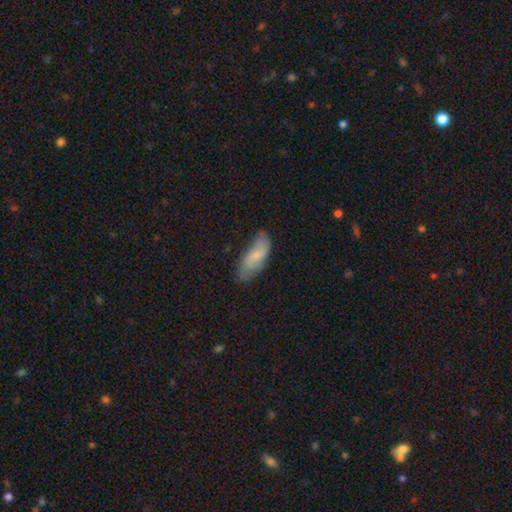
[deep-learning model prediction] Smooth or featured?
  - smooth: 59% *
  - featured or disk: 34%
  - star or artifact: 7%
How rounded?
  - in between: 76% *
  - cigar-shaped: 22%
  - round: 2%
Merging?
  - none: 64% *
  - minor disturbance: 27%
  - major disturbance: 7%
  - merger: 2%